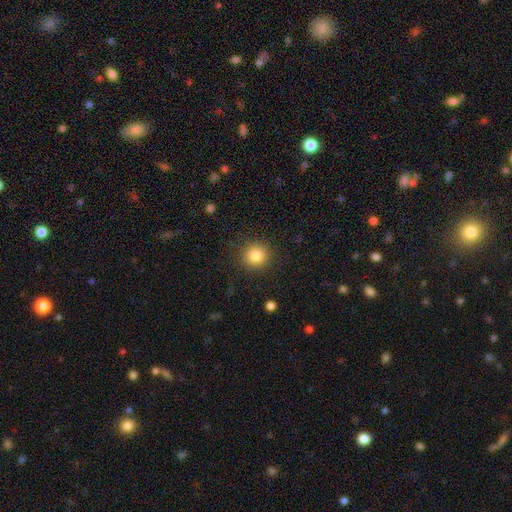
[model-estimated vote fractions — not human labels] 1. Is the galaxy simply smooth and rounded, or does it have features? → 84% smooth, 11% star or artifact, 6% featured or disk.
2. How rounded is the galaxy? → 93% round, 6% in between, 1% cigar-shaped.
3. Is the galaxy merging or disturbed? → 89% none, 7% minor disturbance, 3% major disturbance, 1% merger.